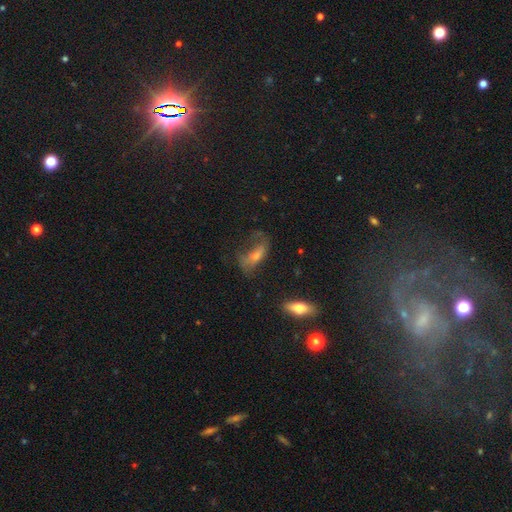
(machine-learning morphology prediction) This appears to be a featured or disk galaxy (48%). Merging: none (38%).